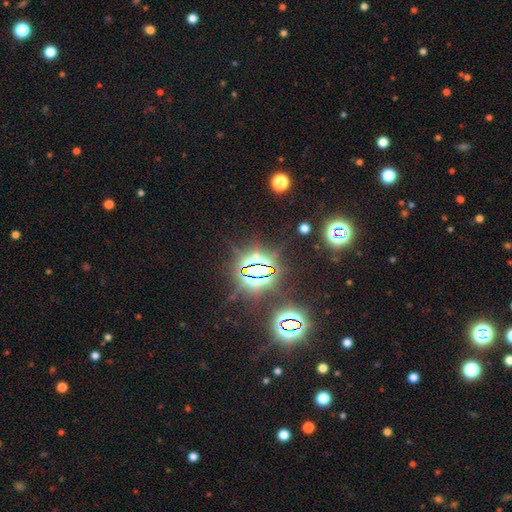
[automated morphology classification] type=star or artifact (83%).